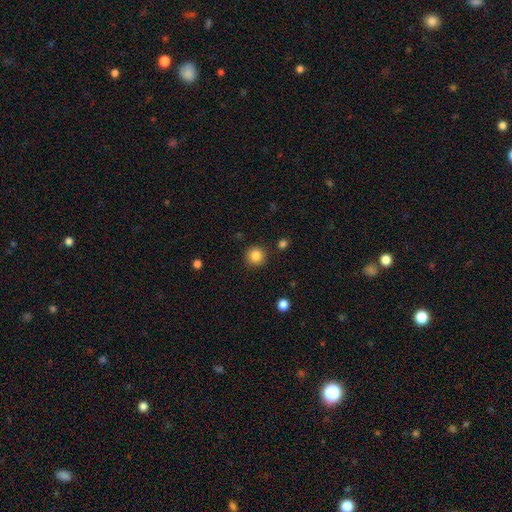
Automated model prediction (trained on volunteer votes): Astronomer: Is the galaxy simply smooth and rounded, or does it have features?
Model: smooth — 84%.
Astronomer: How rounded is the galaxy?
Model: round — 94%.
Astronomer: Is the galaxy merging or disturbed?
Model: none — 90%.